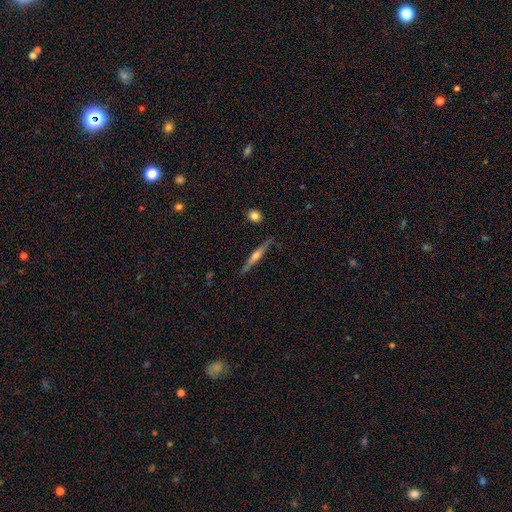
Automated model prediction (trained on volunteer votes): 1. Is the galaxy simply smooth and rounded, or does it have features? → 63% featured or disk, 31% smooth, 6% star or artifact.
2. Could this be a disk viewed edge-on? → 96% yes, 4% no.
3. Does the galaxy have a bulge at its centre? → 83% rounded, 10% none, 7% boxy.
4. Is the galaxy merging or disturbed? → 81% none, 14% minor disturbance, 3% major disturbance, 3% merger.